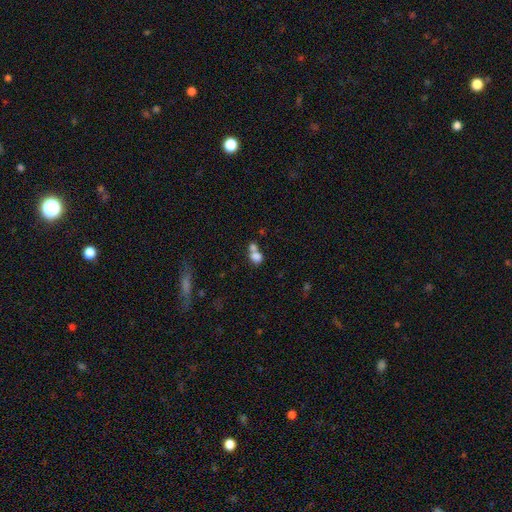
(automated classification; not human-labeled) This is likely a smooth galaxy (78%). How rounded: possibly round (52%). Merging: likely merger (60%).